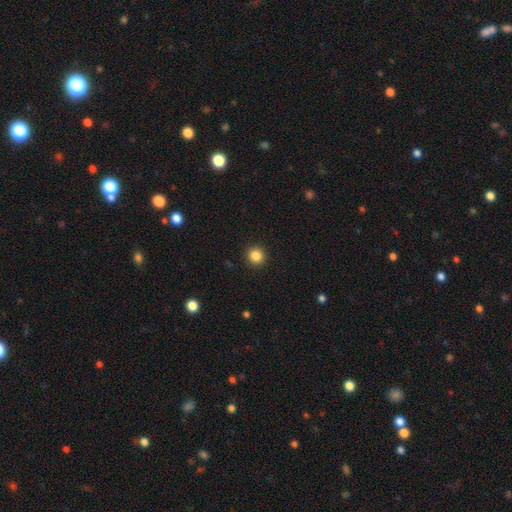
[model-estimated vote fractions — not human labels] Morphology: type=smooth (86%); roundness=round (94%); merging=none (93%).